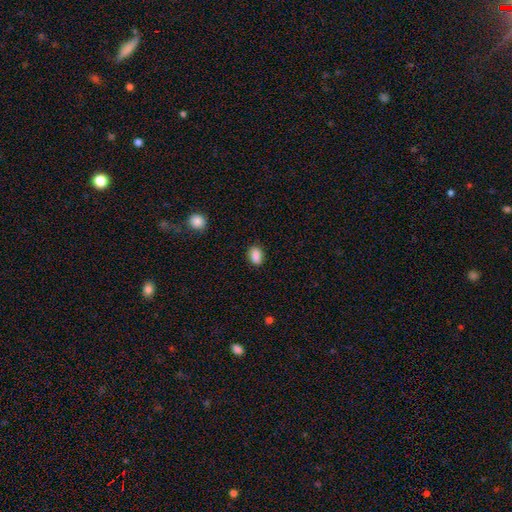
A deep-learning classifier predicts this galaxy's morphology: Q: Smooth or featured?
A: smooth (87%); runner-up: star or artifact (9%)
Q: How rounded?
A: in between (80%); runner-up: round (18%)
Q: Merging?
A: none (82%); runner-up: minor disturbance (13%)